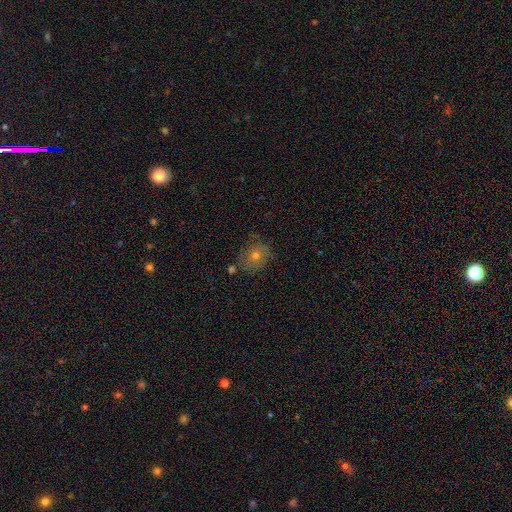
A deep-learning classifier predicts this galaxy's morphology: type=smooth (60%); roundness=round (73%); merging=none (75%).